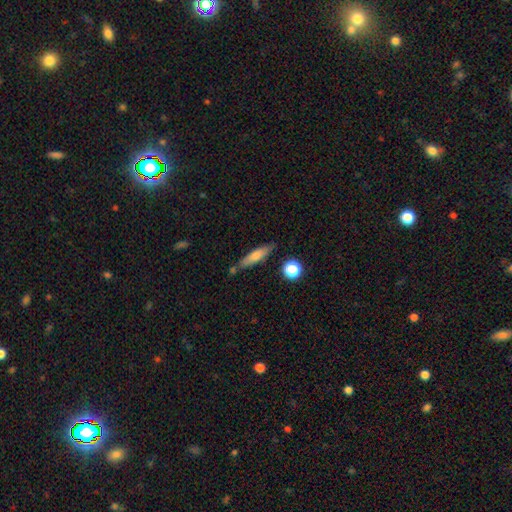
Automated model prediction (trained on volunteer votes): Smooth or featured: smooth — 68% (featured or disk — 24%)
How rounded: cigar-shaped — 75% (in between — 22%)
Merging: none — 73% (minor disturbance — 16%)